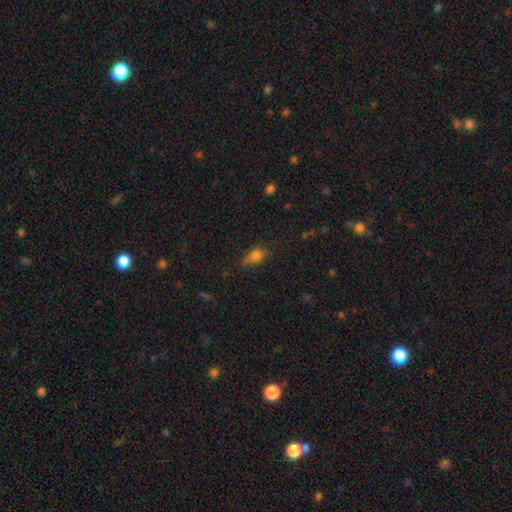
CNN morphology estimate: smooth 73%, star or artifact 15%, featured or disk 12%. Down the decision tree: how rounded — in between (64%); merging — none (53%).